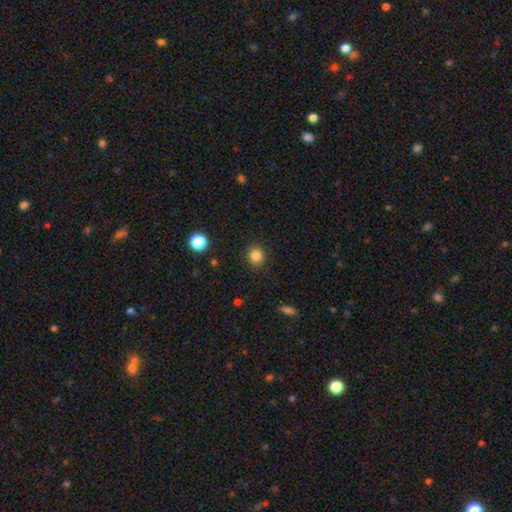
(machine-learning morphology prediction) This is clearly a smooth galaxy (84%). How rounded: clearly round (84%). Merging: clearly none (89%).